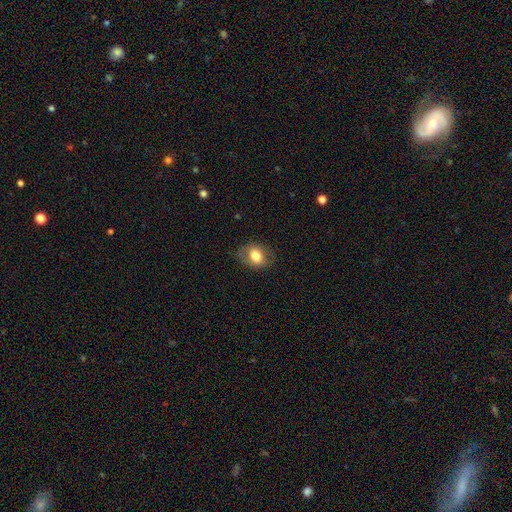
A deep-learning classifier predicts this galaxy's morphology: The model was most divided on "how rounded": in between: 66%, round: 33%, cigar-shaped: 1%. More confident: merging — none (79%); smooth or featured — smooth (74%).